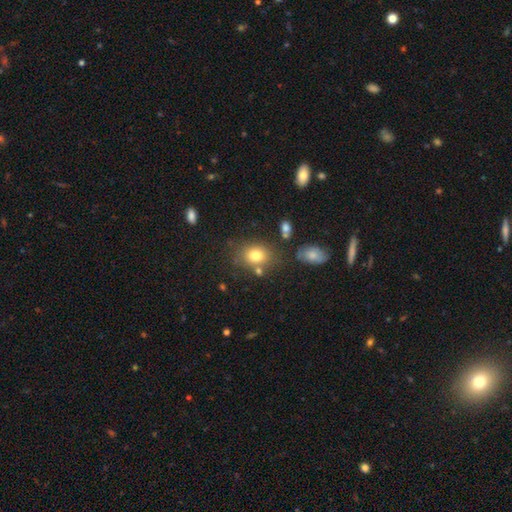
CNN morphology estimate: This is likely a smooth galaxy (78%). How rounded: possibly in between (55%). Merging: likely none (71%).